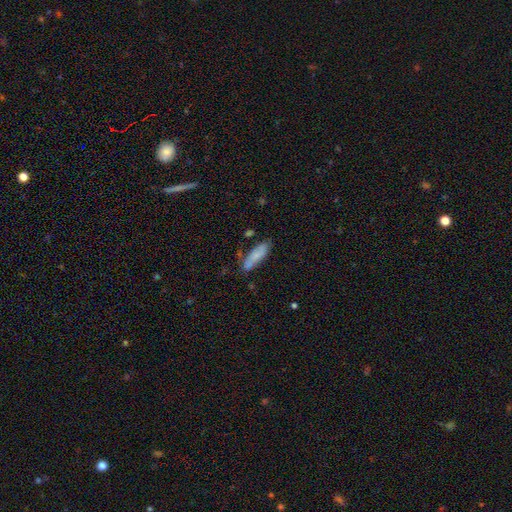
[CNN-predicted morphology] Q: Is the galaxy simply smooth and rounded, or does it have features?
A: smooth — 77%.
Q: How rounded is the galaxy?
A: cigar-shaped — 59%.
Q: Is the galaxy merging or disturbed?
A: none — 74%.